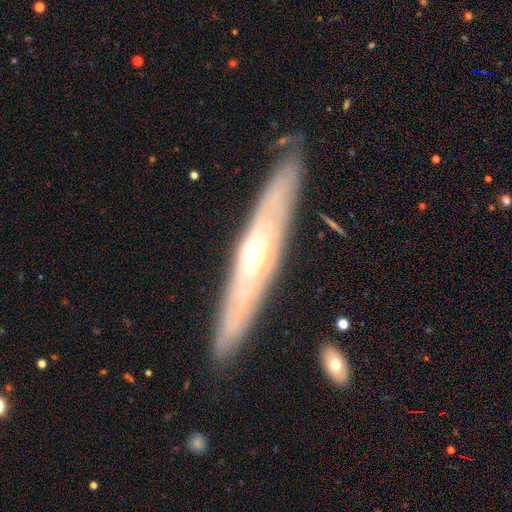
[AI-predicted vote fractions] Overall: featured or disk (70%). Edge-on disk: yes (70%). Merging: none (87%).